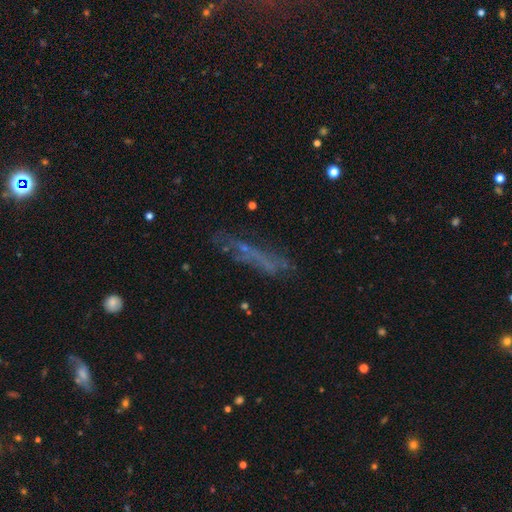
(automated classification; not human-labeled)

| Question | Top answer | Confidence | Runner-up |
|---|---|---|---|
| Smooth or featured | featured or disk | 41% | smooth (40%) |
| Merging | none | 64% | minor disturbance (20%) |